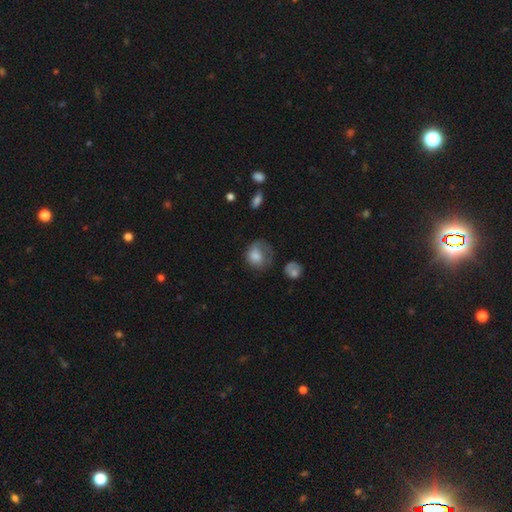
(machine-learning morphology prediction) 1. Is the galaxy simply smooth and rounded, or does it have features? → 72% smooth, 19% featured or disk, 9% star or artifact.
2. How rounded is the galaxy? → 60% round, 39% in between, 1% cigar-shaped.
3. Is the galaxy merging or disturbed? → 35% none, 34% major disturbance, 28% minor disturbance, 3% merger.